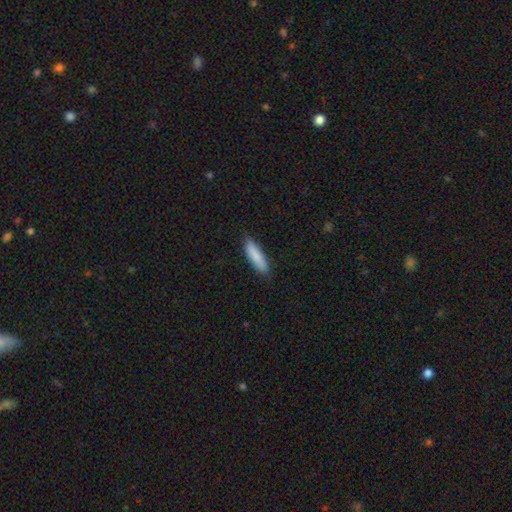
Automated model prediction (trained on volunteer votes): A smooth galaxy with no disk features (85%) that is cigar-shaped (65%). Merging: none (83%).